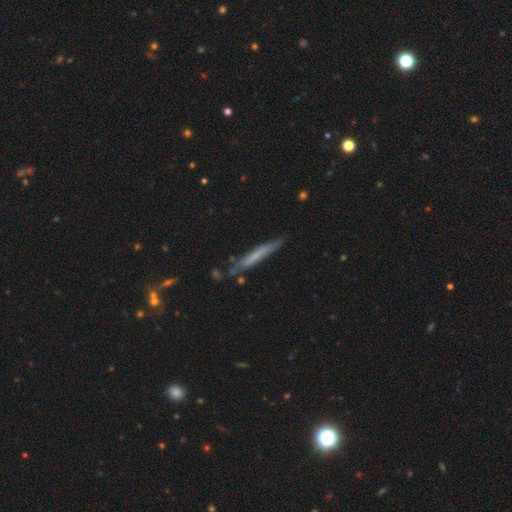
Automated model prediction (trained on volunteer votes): smooth_or_featured: smooth (p=0.54) [alt: featured or disk p=0.39]
how_rounded: cigar-shaped (p=0.94) [alt: in between p=0.04]
merging: none (p=0.75) [alt: minor disturbance p=0.18]